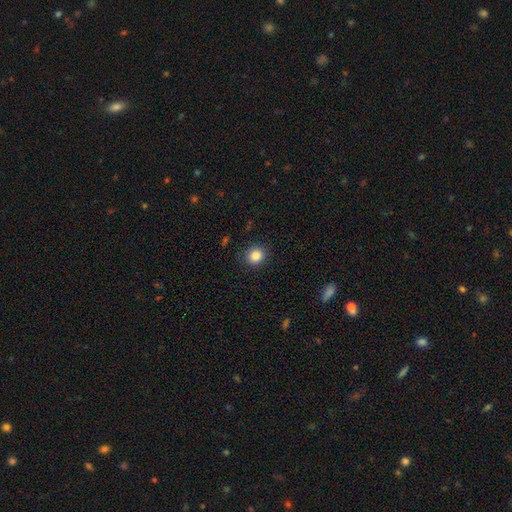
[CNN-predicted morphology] This is clearly a smooth galaxy (84%). How rounded: clearly round (83%). Merging: clearly none (88%).